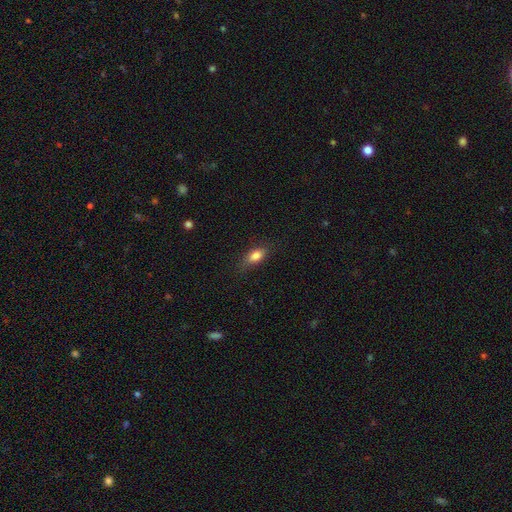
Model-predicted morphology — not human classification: Smooth or featured? smooth (83%)
How rounded? in between (82%)
Merging? none (76%)